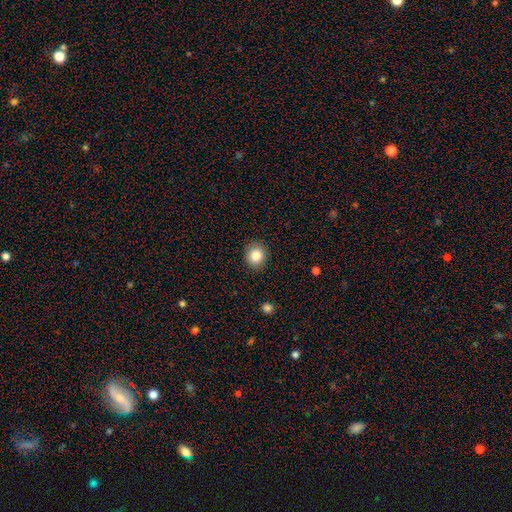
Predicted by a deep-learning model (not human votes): Morphology: type=smooth (85%); roundness=round (85%); merging=none (90%).